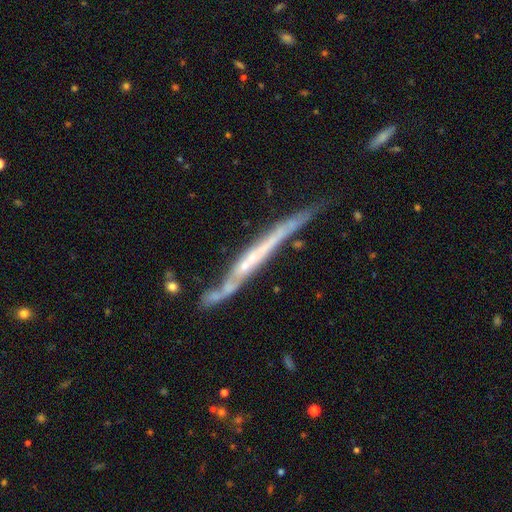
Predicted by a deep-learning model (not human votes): Overall: featured or disk (73%). Edge-on disk: yes (91%). Edge-on bulge: none (75%). Merging: none (60%; minor disturbance 24%).